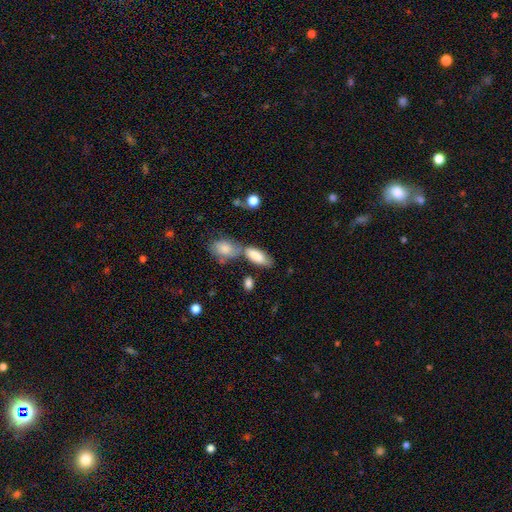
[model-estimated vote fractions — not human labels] smooth 83%, featured or disk 11%, star or artifact 6%. Down the decision tree: how rounded — in between (83%); merging — none (49%).